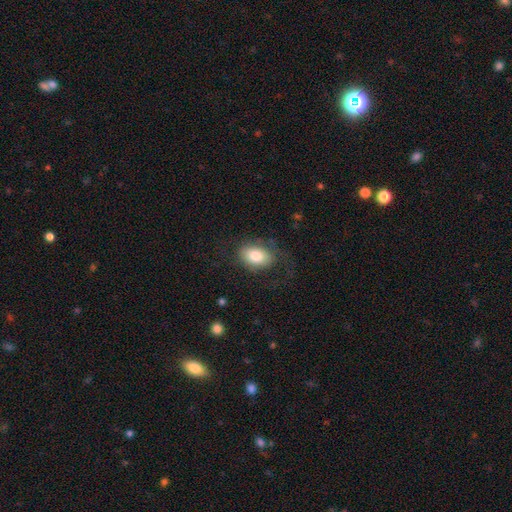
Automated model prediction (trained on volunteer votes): The model was most divided on "merging": none: 63%, minor disturbance: 18%, major disturbance: 18%, merger: 1%. More confident: how rounded — in between (82%); smooth or featured — smooth (78%).